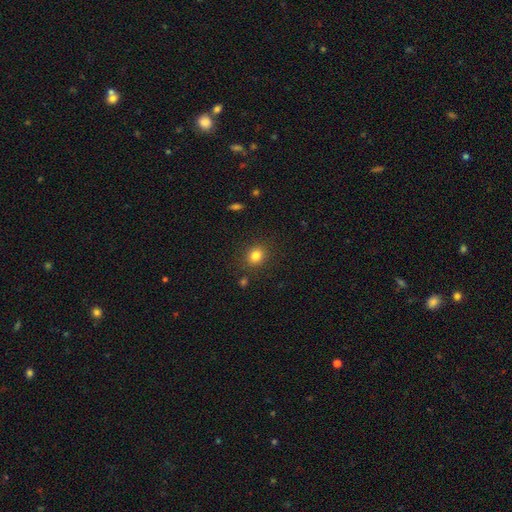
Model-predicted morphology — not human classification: Q: Smooth or featured?
A: smooth (82%); runner-up: star or artifact (12%)
Q: How rounded?
A: round (73%); runner-up: in between (26%)
Q: Merging?
A: none (86%); runner-up: minor disturbance (9%)